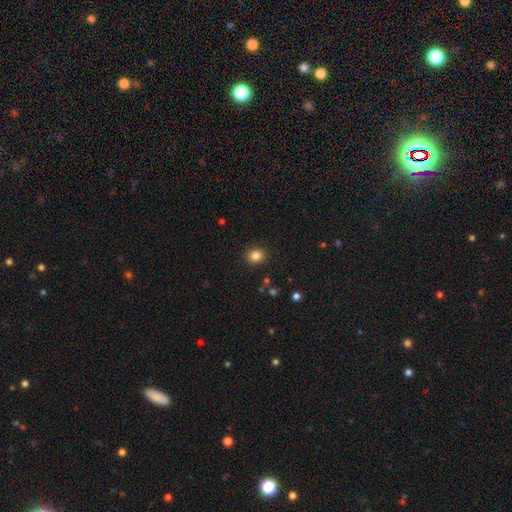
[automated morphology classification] smooth 84%, star or artifact 11%, featured or disk 4%. Down the decision tree: how rounded — round (72%); merging — none (89%).